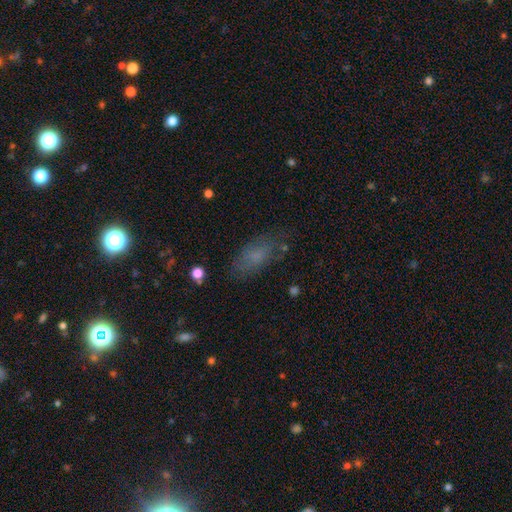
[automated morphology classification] Smooth or featured? Predicted: smooth (p=0.66). How rounded? Predicted: in between (p=0.84). Merging? Predicted: none (p=0.69).